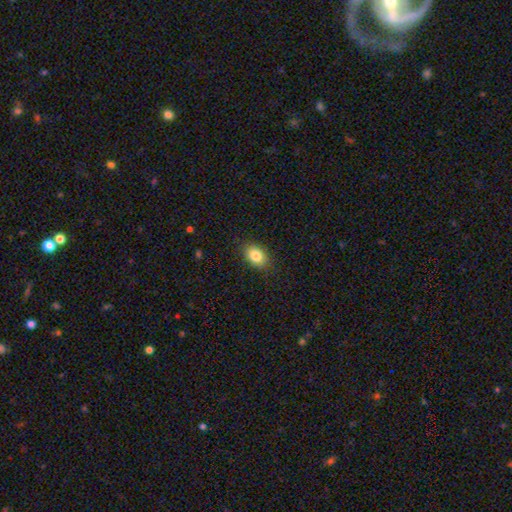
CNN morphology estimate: Smooth or featured? Predicted: smooth (p=0.84). How rounded? Predicted: in between (p=0.80). Merging? Predicted: none (p=0.86).